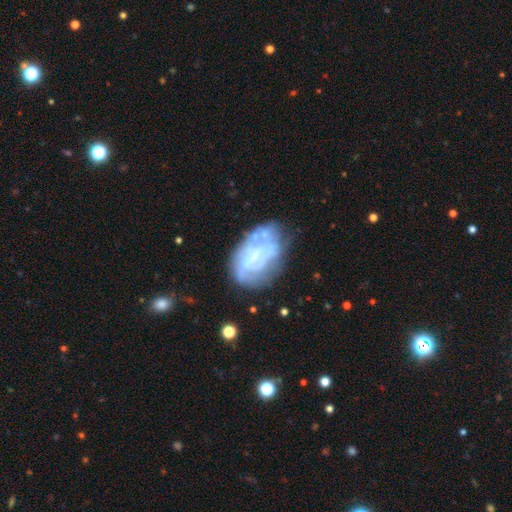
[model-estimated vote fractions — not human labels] A featured or disk galaxy (72%) with no bar (53%), spiral arms (64%) and a small central bulge (65%). Merging: none (55%).